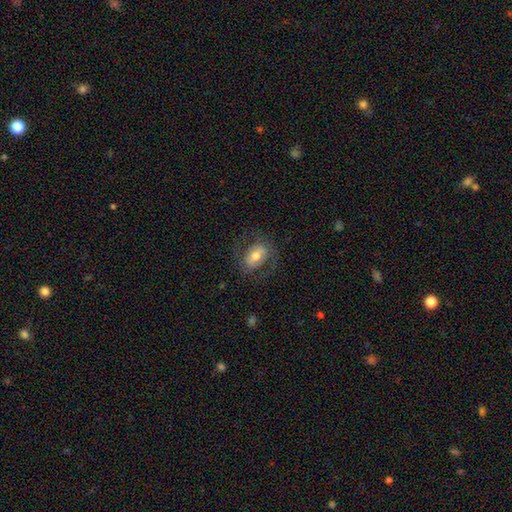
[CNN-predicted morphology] Smooth or featured? Predicted: smooth (p=0.50). How rounded? Predicted: in between (p=0.75). Merging? Predicted: none (p=0.69).